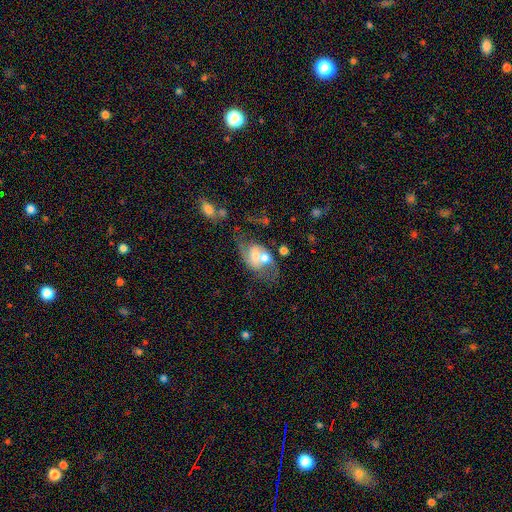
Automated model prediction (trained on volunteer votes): Smooth or featured? Predicted: featured or disk (p=0.59). Edge-on disk? Predicted: no (p=0.96). Bar? Predicted: no (p=0.65). Spiral arms? Predicted: yes (p=0.69). Bulge size? Predicted: moderate (p=0.53). Merging? Predicted: merger (p=0.46).